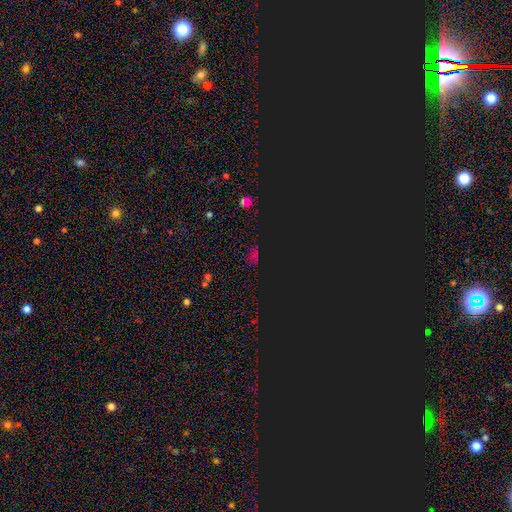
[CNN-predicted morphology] Overall: star or artifact (72%).